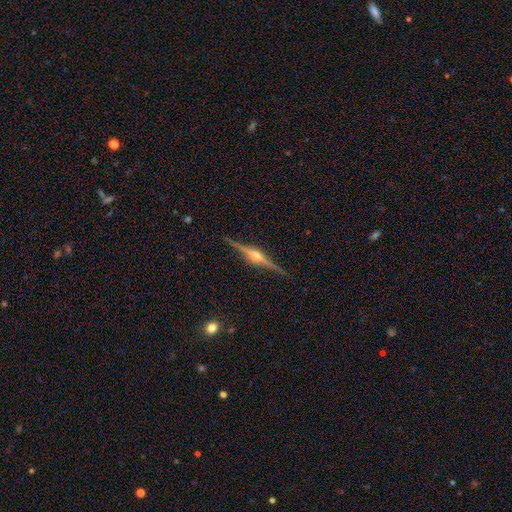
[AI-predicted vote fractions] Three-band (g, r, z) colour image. It shows a featured or disk galaxy (88%) viewed edge-on (98%) with a rounded central bulge (93%). Merging: none (90%).